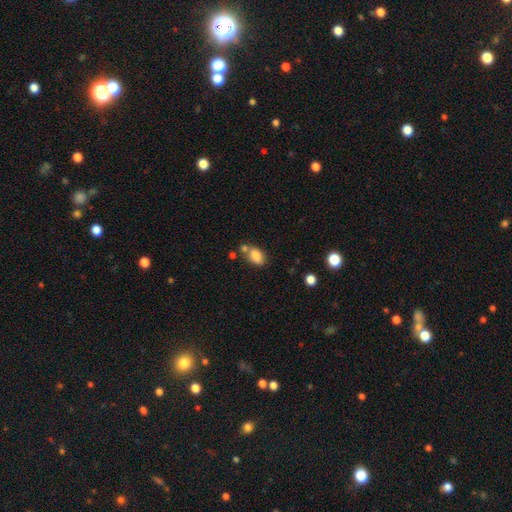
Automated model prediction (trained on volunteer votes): Overall: smooth (83%). How rounded: in between (87%). Merging: none (53%; merger 26%).